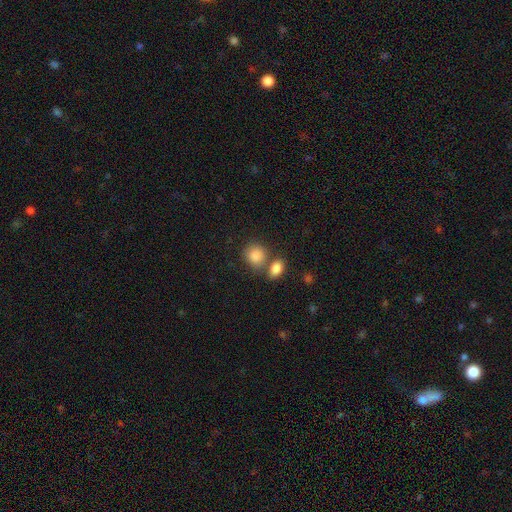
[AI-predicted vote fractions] Smooth or featured? smooth (87%)
How rounded? round (68%)
Merging? none (55%)